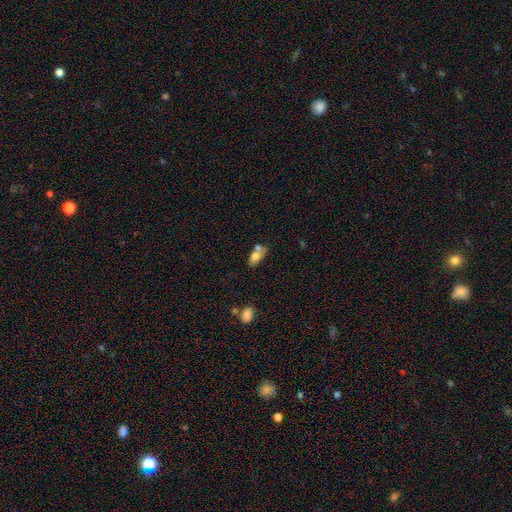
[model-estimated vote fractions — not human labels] smooth 68%, featured or disk 25%, star or artifact 8%. Down the decision tree: how rounded — in between (84%); merging — merger (39%).